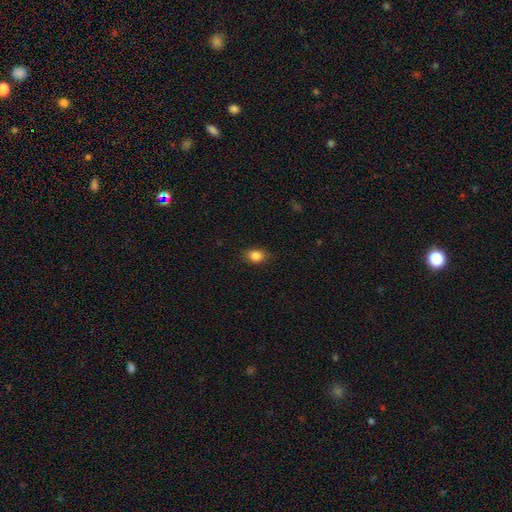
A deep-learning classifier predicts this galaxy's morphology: type=smooth (85%); roundness=in between (70%); merging=none (83%).